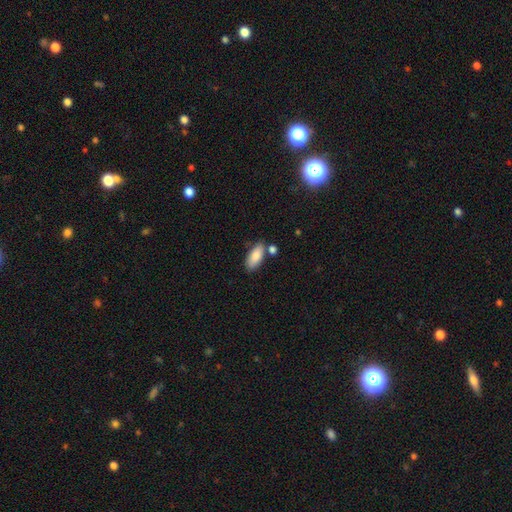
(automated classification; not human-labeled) Morphology: type=smooth (86%); roundness=in between (86%); merging=none (71%).